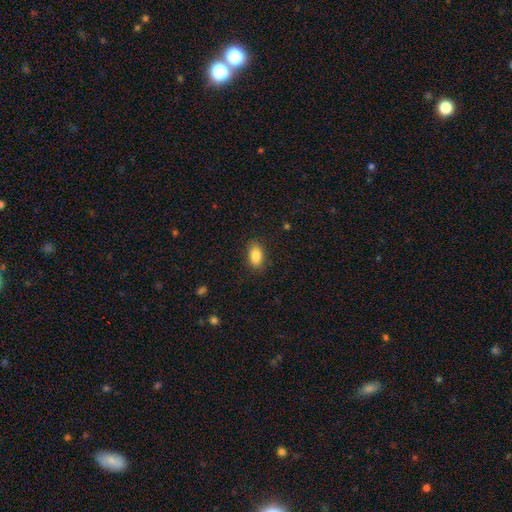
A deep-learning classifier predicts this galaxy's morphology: Q: Smooth or featured?
A: smooth (87%); runner-up: star or artifact (8%)
Q: How rounded?
A: in between (90%); runner-up: round (6%)
Q: Merging?
A: none (86%); runner-up: minor disturbance (10%)